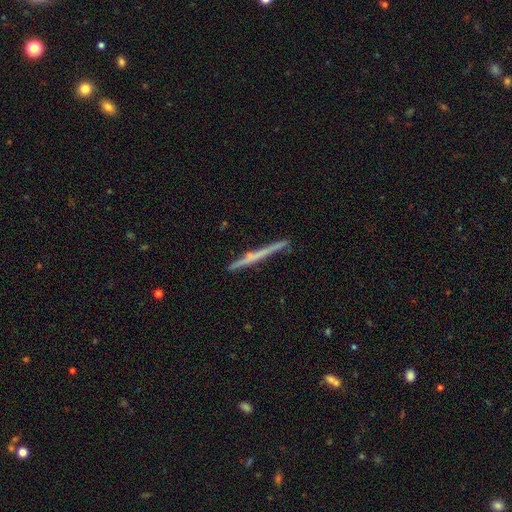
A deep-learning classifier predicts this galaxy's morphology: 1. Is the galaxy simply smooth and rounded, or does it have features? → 61% featured or disk, 32% smooth, 6% star or artifact.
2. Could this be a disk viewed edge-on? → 98% yes, 2% no.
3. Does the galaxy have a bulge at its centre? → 68% none, 24% rounded, 8% boxy.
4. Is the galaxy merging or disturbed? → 90% none, 8% minor disturbance, 1% major disturbance, 1% merger.